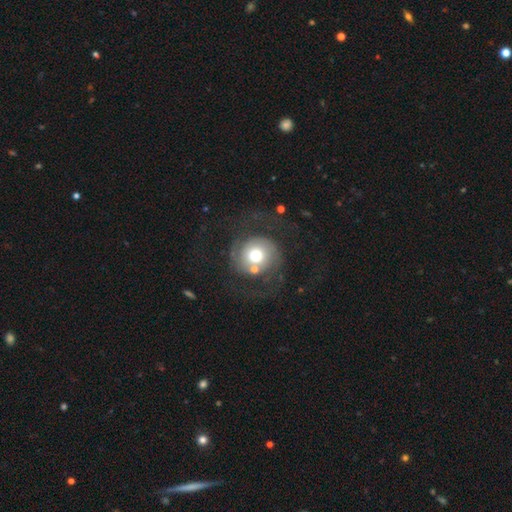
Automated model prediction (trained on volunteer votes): Morphology: type=featured or disk (57%); edge-on=no (97%); bar=no (82%); spiral arms=yes (77%); bulge=moderate (65%); merging=none (55%).